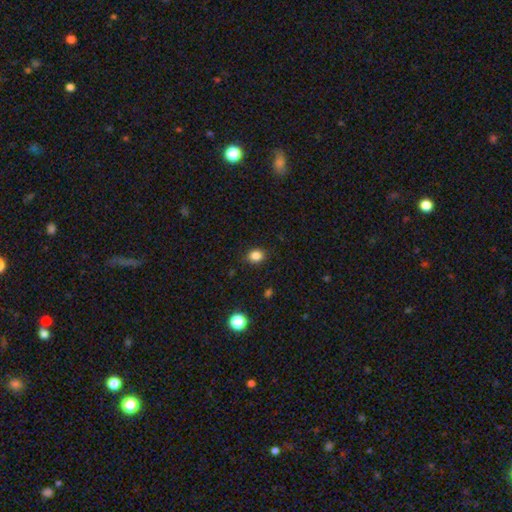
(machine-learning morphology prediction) smooth 84%, star or artifact 12%, featured or disk 4%. Down the decision tree: how rounded — round (59%); merging — none (87%).